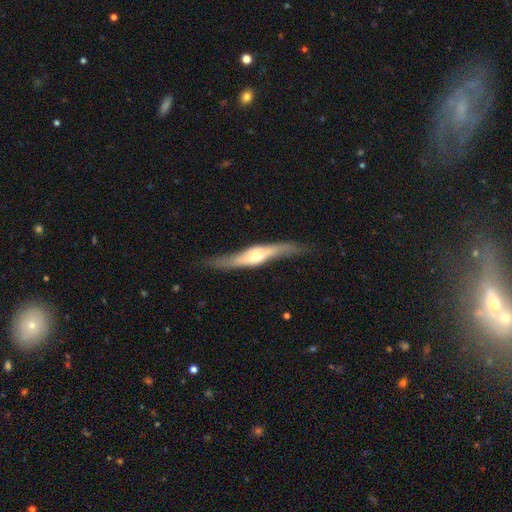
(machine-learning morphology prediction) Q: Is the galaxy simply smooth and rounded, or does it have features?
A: featured or disk — 71%.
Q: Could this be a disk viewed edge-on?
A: yes — 76%.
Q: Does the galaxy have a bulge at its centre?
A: rounded — 87%.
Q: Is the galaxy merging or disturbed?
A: none — 72%.